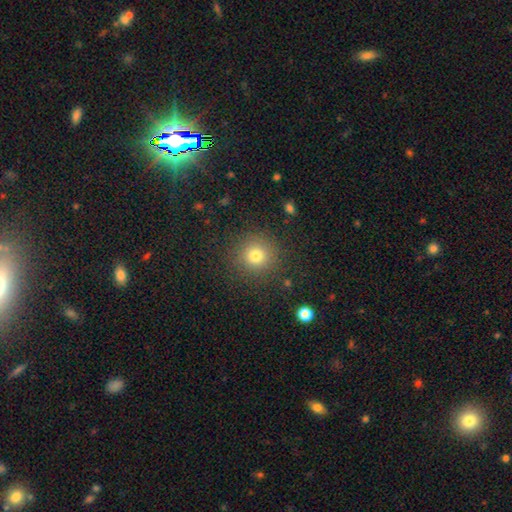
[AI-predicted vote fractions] Overall: smooth (77%). How rounded: round (94%). Merging: none (88%).